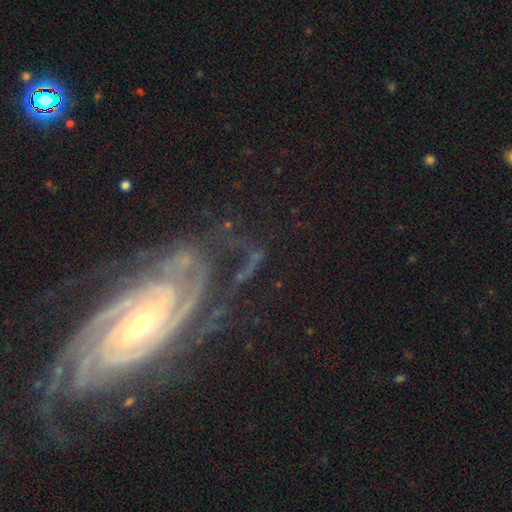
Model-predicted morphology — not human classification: Q: Smooth or featured?
A: featured or disk (58%); runner-up: star or artifact (25%)
Q: Edge-on disk?
A: no (90%); runner-up: yes (10%)
Q: Bar?
A: no (43%); runner-up: weak (31%)
Q: Spiral arms?
A: yes (84%); runner-up: no (16%)
Q: Bulge size?
A: small (55%); runner-up: moderate (26%)
Q: Merging?
A: none (57%); runner-up: major disturbance (19%)